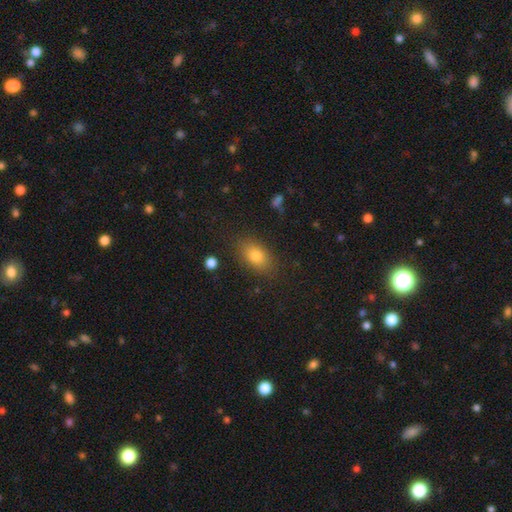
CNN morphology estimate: This appears to be a smooth galaxy with no disk features (80%) that is in between round and cigar-shaped (84%). Merging: none (84%).